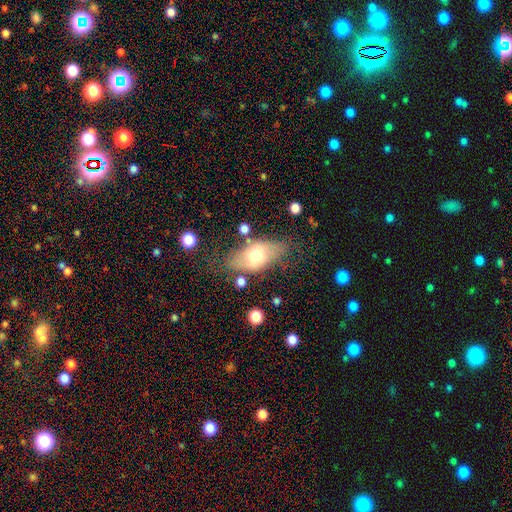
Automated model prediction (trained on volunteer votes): This appears to be a smooth galaxy with no disk features (59%) that is in between round and cigar-shaped (87%). Merging: none (62%).